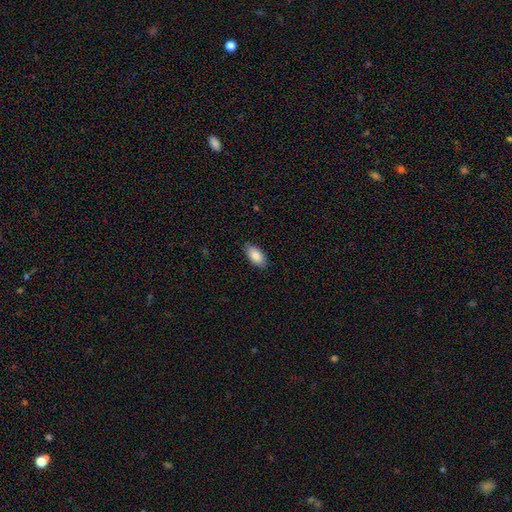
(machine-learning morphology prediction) Q: Smooth or featured?
A: smooth (87%); runner-up: featured or disk (6%)
Q: How rounded?
A: in between (92%); runner-up: cigar-shaped (5%)
Q: Merging?
A: none (86%); runner-up: minor disturbance (11%)